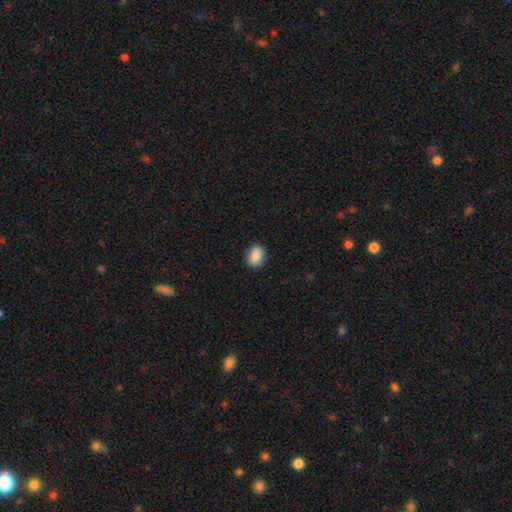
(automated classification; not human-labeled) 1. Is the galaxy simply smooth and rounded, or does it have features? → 88% smooth, 8% star or artifact, 5% featured or disk.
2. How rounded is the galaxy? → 74% in between, 25% round, 2% cigar-shaped.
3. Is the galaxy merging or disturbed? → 88% none, 9% minor disturbance, 2% major disturbance, 1% merger.